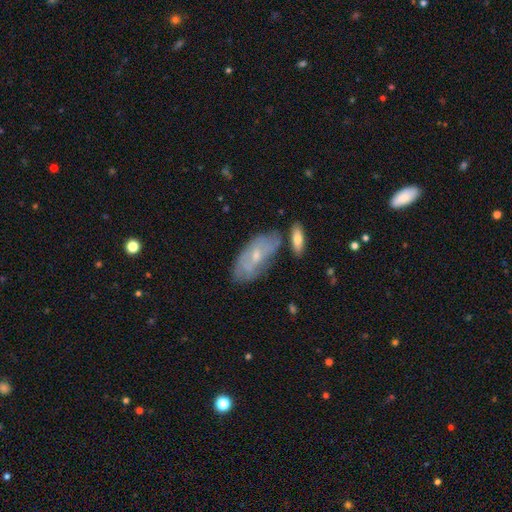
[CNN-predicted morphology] Smooth or featured?
  - featured or disk: 51% *
  - smooth: 41%
  - star or artifact: 8%
Edge-on disk?
  - no: 85% *
  - yes: 15%
Merging?
  - none: 62% *
  - minor disturbance: 21%
  - merger: 11%
  - major disturbance: 6%